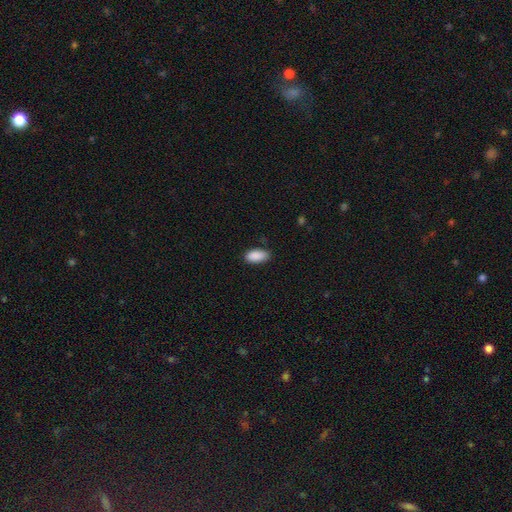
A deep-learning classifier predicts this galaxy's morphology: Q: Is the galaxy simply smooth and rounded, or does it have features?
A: smooth — 90%.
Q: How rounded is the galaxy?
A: in between — 93%.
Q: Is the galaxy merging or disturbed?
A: none — 80%.